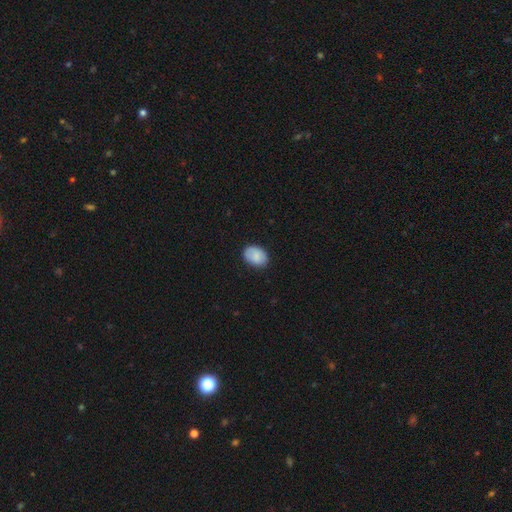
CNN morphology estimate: The model was most divided on "how rounded": in between: 76%, round: 23%, cigar-shaped: 1%. More confident: smooth or featured — smooth (84%); merging — none (80%).